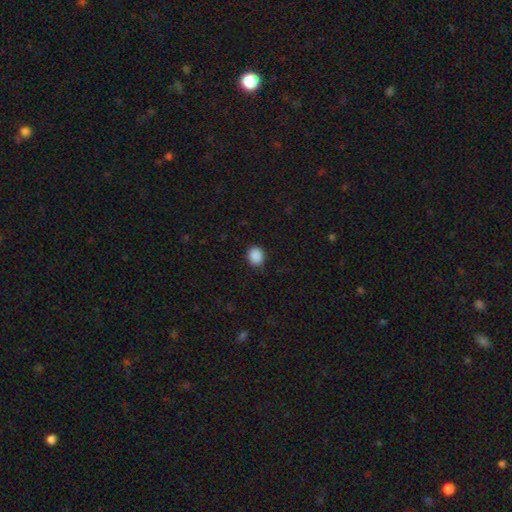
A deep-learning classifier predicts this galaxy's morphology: type=smooth (89%); roundness=round (70%); merging=none (86%).